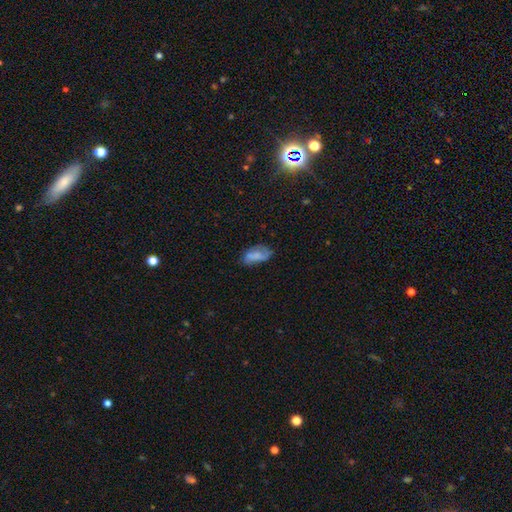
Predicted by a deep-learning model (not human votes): This appears to be a smooth galaxy with no disk features (62%) that is in between round and cigar-shaped (90%). Merging: none (48%).